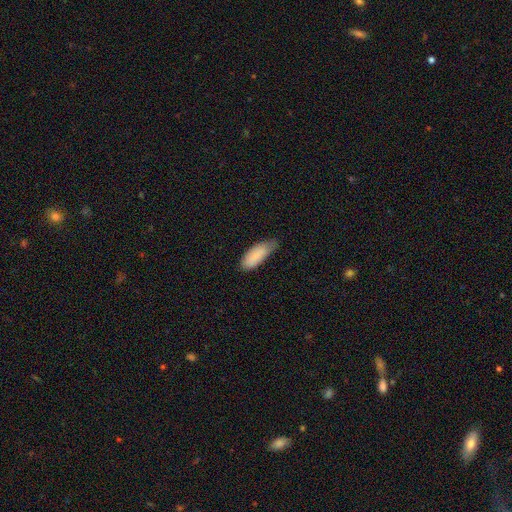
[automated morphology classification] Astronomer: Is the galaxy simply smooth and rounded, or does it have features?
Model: smooth — 87%.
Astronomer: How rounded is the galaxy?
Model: in between — 74%.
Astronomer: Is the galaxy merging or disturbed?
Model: none — 49% (runner-up: minor disturbance, 42%).